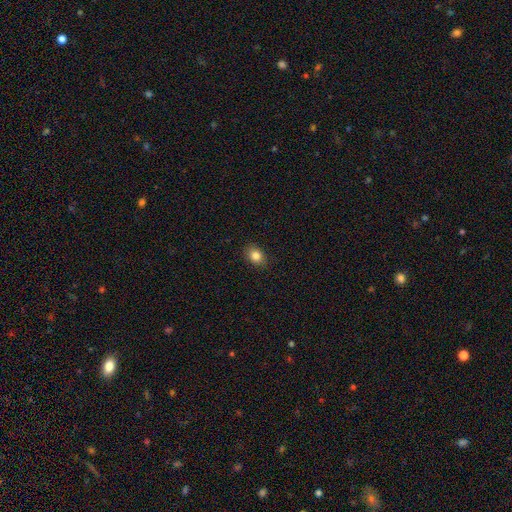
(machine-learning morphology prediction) A smooth galaxy with no disk features (84%) that is in between round and cigar-shaped (60%). Merging: none (88%).